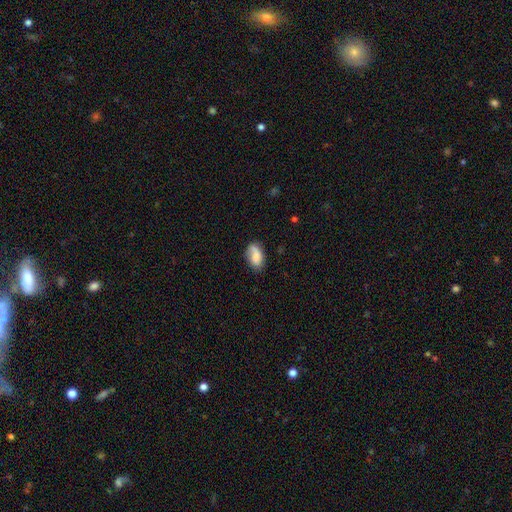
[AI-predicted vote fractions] A smooth galaxy with no disk features (74%) that is in between round and cigar-shaped (91%).

Vote fractions:
- Smooth or featured? smooth: 74% / featured or disk: 18% / star or artifact: 8%
- How rounded? in between: 91% / round: 7% / cigar-shaped: 2%
- Merging? none: 64% / minor disturbance: 24% / major disturbance: 8% / merger: 3%